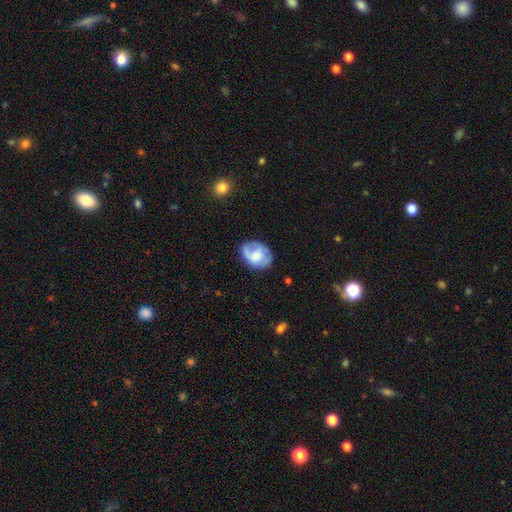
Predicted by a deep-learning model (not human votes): Q: Smooth or featured?
A: smooth (50%); runner-up: featured or disk (43%)
Q: Merging?
A: none (62%); runner-up: minor disturbance (27%)